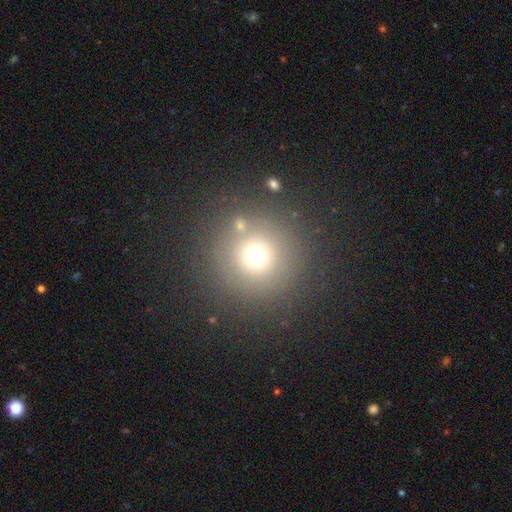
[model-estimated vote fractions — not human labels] Q: Smooth or featured?
A: smooth (67%); runner-up: star or artifact (22%)
Q: How rounded?
A: round (96%); runner-up: in between (3%)
Q: Merging?
A: none (82%); runner-up: minor disturbance (7%)